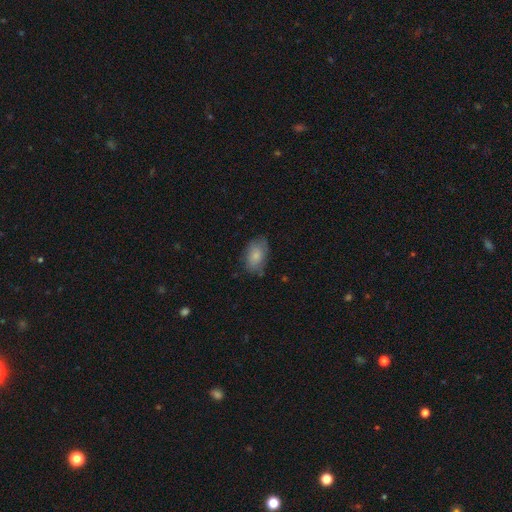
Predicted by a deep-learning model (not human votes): Q: Smooth or featured?
A: smooth (81%); runner-up: featured or disk (12%)
Q: How rounded?
A: in between (91%); runner-up: round (7%)
Q: Merging?
A: none (72%); runner-up: minor disturbance (22%)